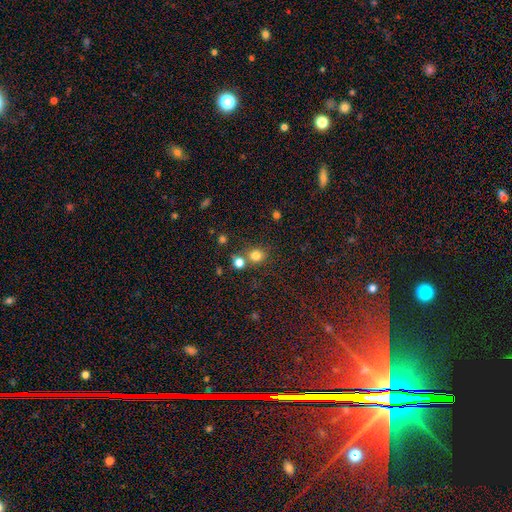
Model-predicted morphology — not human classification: Smooth or featured?
  - smooth: 79% *
  - star or artifact: 15%
  - featured or disk: 6%
How rounded?
  - round: 78% *
  - in between: 21%
  - cigar-shaped: 1%
Merging?
  - none: 65% *
  - merger: 22%
  - minor disturbance: 9%
  - major disturbance: 4%